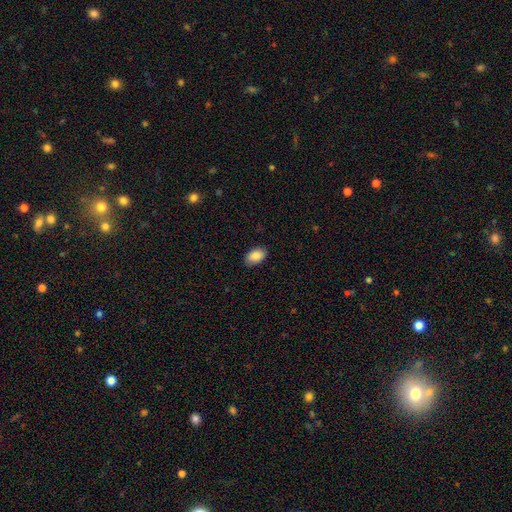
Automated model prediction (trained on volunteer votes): Smooth or featured? smooth (88%)
How rounded? in between (92%)
Merging? none (86%)